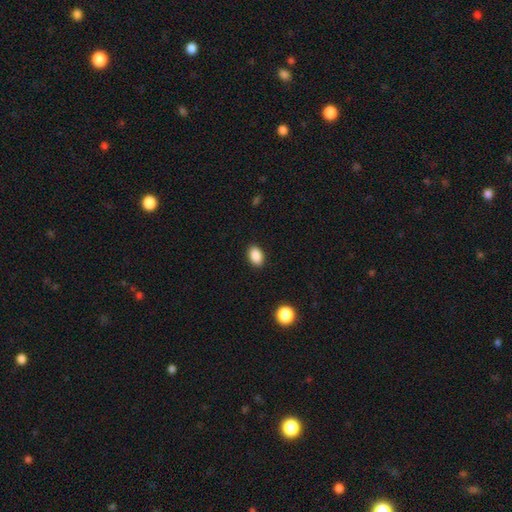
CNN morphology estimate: Smooth or featured? smooth (89%)
How rounded? in between (86%)
Merging? none (90%)